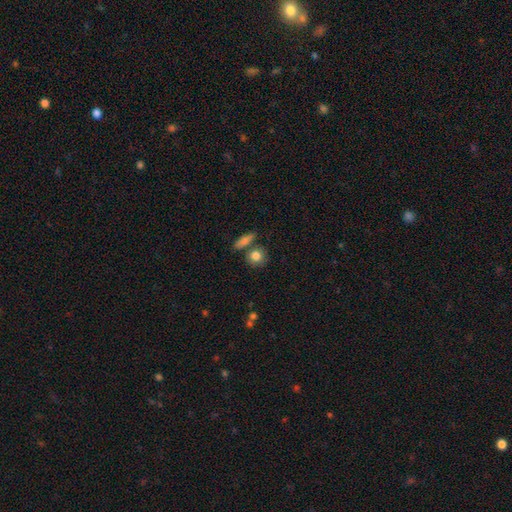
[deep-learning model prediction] A smooth galaxy with no disk features (83%) that is round (74%). Merging: none (65%).